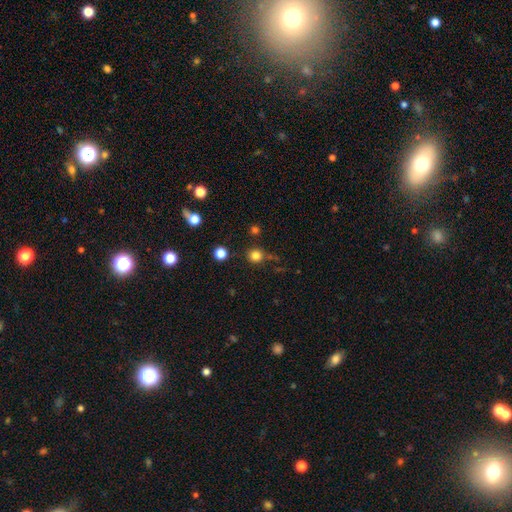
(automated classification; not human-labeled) This is clearly a smooth galaxy (80%). How rounded: clearly round (93%). Merging: likely none (80%).